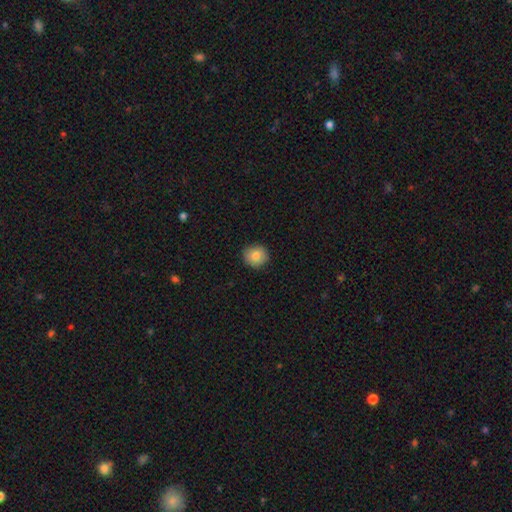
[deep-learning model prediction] Smooth or featured?
  - smooth: 82% *
  - featured or disk: 9%
  - star or artifact: 9%
How rounded?
  - round: 90% *
  - in between: 9%
  - cigar-shaped: 1%
Merging?
  - none: 90% *
  - minor disturbance: 7%
  - major disturbance: 2%
  - merger: 1%